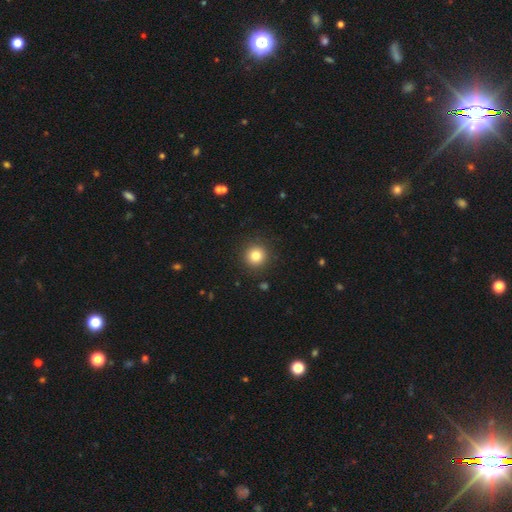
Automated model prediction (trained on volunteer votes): smooth_or_featured: smooth (p=0.82) [alt: star or artifact p=0.12]
how_rounded: round (p=0.95) [alt: in between p=0.04]
merging: none (p=0.91) [alt: minor disturbance p=0.05]